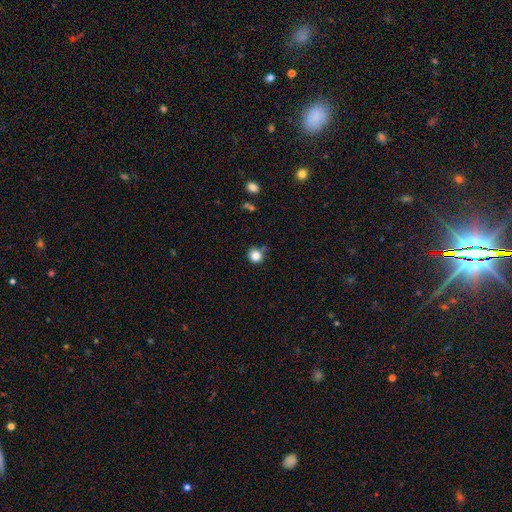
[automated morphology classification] Smooth or featured? Predicted: smooth (p=0.84). How rounded? Predicted: round (p=0.92). Merging? Predicted: none (p=0.74).